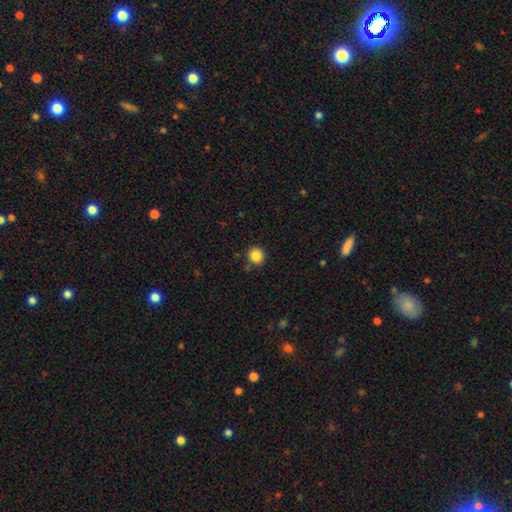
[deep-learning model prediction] This appears to be a smooth galaxy with no disk features (86%) that is round (91%). Merging: none (86%).